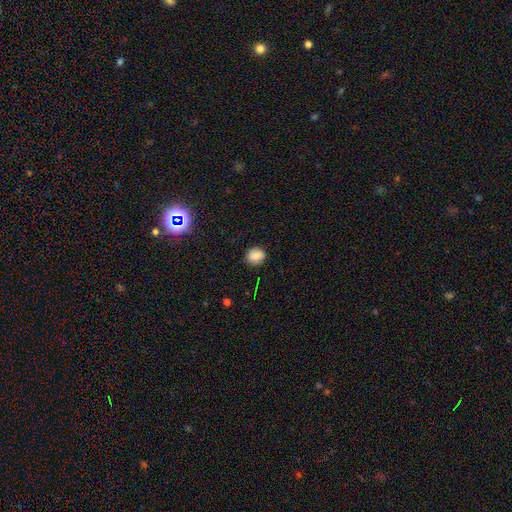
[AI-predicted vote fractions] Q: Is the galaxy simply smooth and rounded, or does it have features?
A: smooth — 84%.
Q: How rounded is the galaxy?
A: round — 67%.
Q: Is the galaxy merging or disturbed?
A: none — 86%.